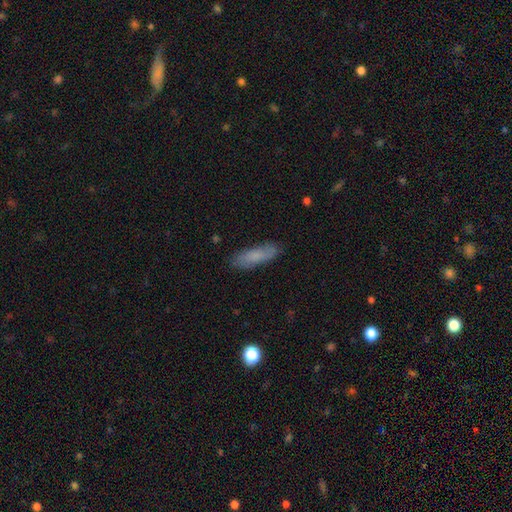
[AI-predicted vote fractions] A smooth galaxy with no disk features (77%) that is cigar-shaped (60%). Merging: none (82%).